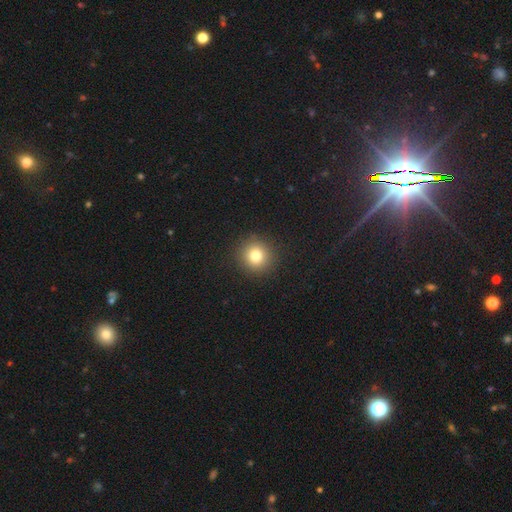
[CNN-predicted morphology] Smooth or featured: smooth — 80% (star or artifact — 12%)
How rounded: round — 93% (in between — 6%)
Merging: none — 92% (minor disturbance — 5%)